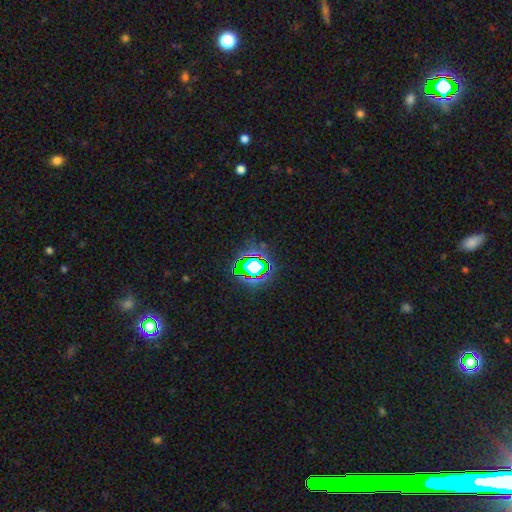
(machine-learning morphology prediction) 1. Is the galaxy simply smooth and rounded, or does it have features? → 75% star or artifact, 16% smooth, 9% featured or disk.